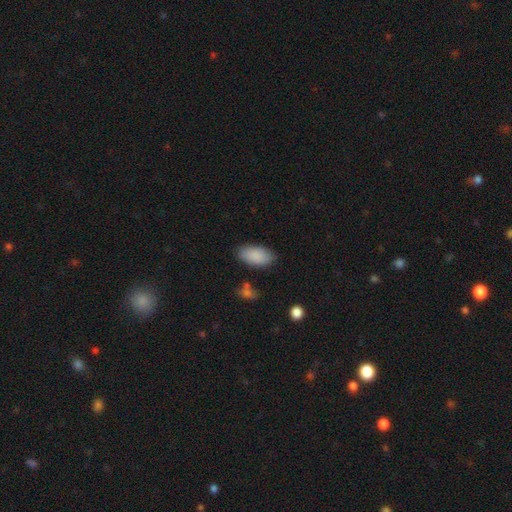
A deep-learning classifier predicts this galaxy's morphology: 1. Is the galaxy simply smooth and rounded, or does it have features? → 89% smooth, 6% star or artifact, 5% featured or disk.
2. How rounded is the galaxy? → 94% in between, 3% cigar-shaped, 3% round.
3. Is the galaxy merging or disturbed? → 82% none, 12% minor disturbance, 3% major disturbance, 2% merger.